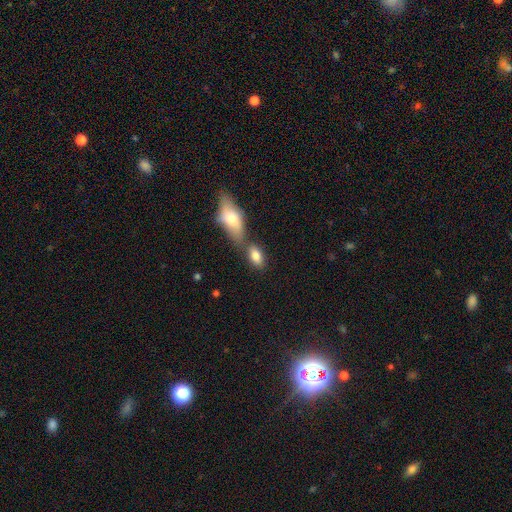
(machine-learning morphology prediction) Smooth or featured: smooth — 81% (featured or disk — 12%)
How rounded: in between — 89% (round — 6%)
Merging: none — 47% (merger — 38%)